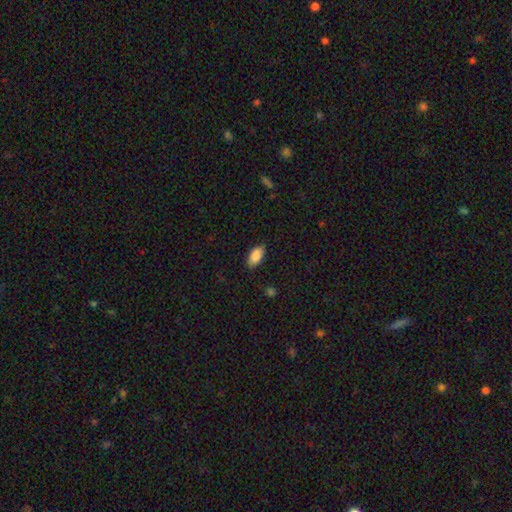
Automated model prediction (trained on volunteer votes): Smooth or featured: smooth — 89% (star or artifact — 7%)
How rounded: in between — 92% (cigar-shaped — 6%)
Merging: none — 86% (minor disturbance — 11%)